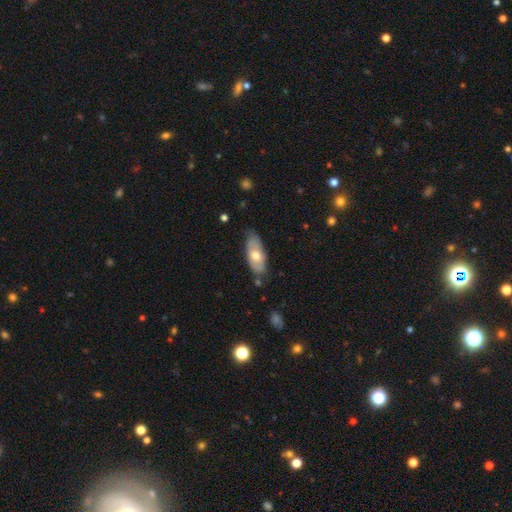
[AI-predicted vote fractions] Q: Smooth or featured?
A: smooth (56%); runner-up: featured or disk (39%)
Q: How rounded?
A: in between (86%); runner-up: cigar-shaped (12%)
Q: Merging?
A: none (69%); runner-up: minor disturbance (24%)